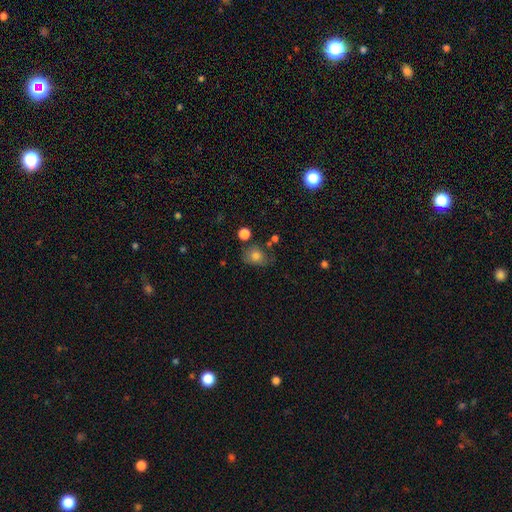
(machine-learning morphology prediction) Smooth or featured?
  - smooth: 78% *
  - star or artifact: 12%
  - featured or disk: 11%
How rounded?
  - in between: 52% *
  - round: 47%
  - cigar-shaped: 1%
Merging?
  - none: 62% *
  - minor disturbance: 23%
  - major disturbance: 8%
  - merger: 7%